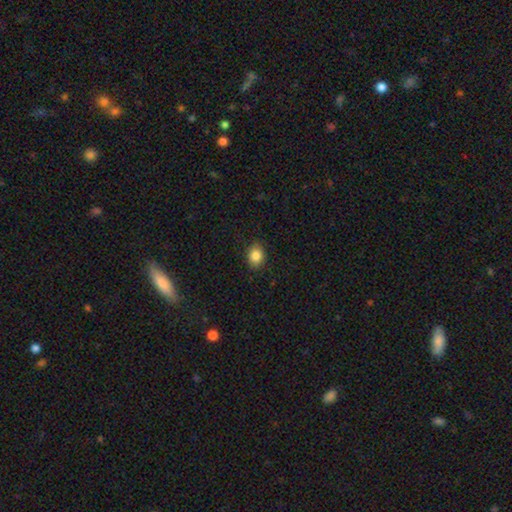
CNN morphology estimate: The model was most divided on "how rounded": in between: 58%, round: 41%, cigar-shaped: 1%. More confident: merging — none (87%); smooth or featured — smooth (85%).